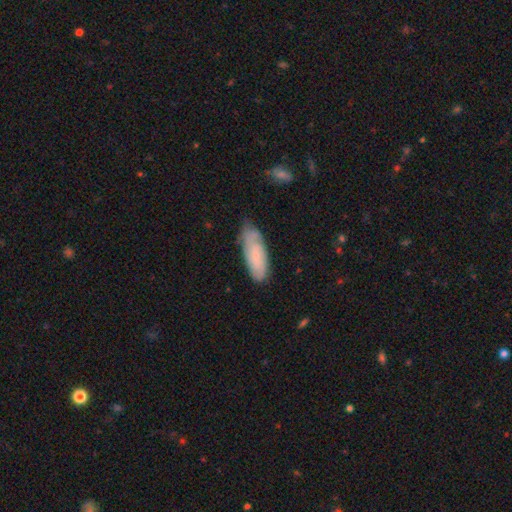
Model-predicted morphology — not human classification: This appears to be a smooth galaxy with no disk features (60%) that is in between round and cigar-shaped (63%). Merging: none (63%).